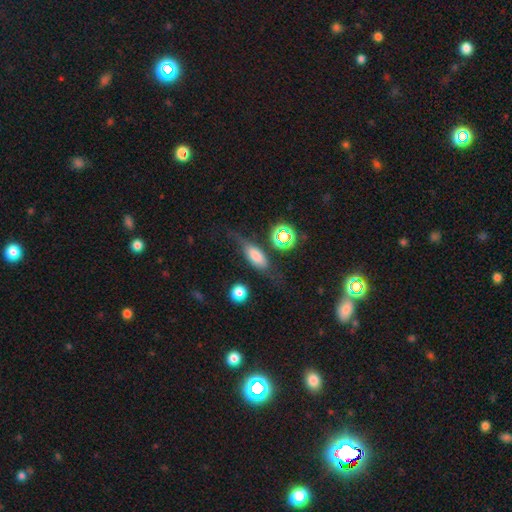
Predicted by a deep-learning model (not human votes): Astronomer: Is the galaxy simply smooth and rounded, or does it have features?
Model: smooth — 58%.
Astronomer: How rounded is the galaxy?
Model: in between — 66%.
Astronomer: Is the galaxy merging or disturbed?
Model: none — 55%.